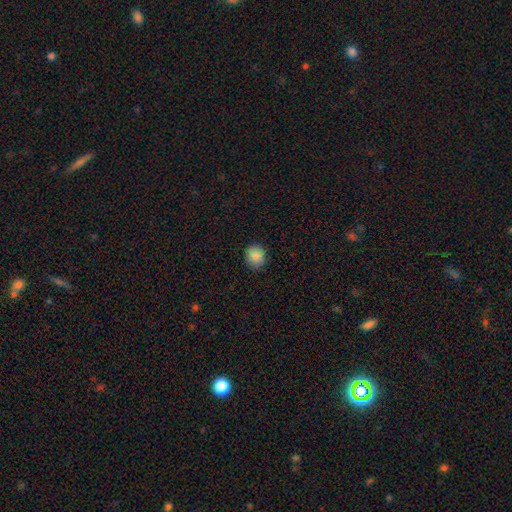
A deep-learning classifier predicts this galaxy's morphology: Q: Smooth or featured?
A: smooth (87%); runner-up: star or artifact (9%)
Q: How rounded?
A: round (78%); runner-up: in between (21%)
Q: Merging?
A: none (89%); runner-up: minor disturbance (8%)